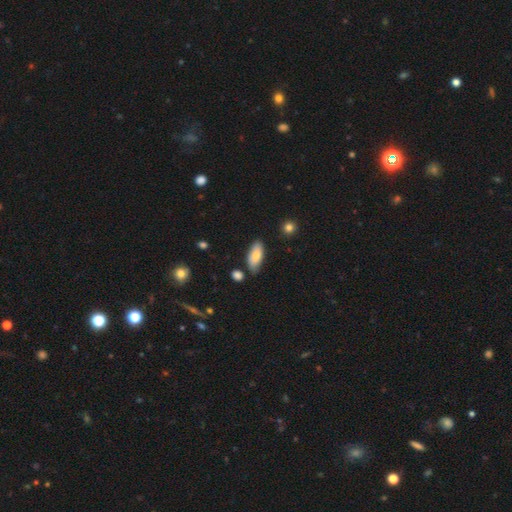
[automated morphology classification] smooth 77%, featured or disk 17%, star or artifact 6%. Down the decision tree: how rounded — in between (82%); merging — none (76%).